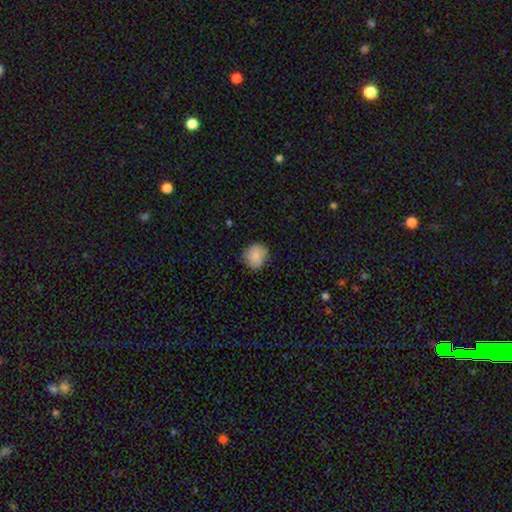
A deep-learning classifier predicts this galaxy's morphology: A smooth galaxy with no disk features (83%) that is round (81%). Merging: none (75%).